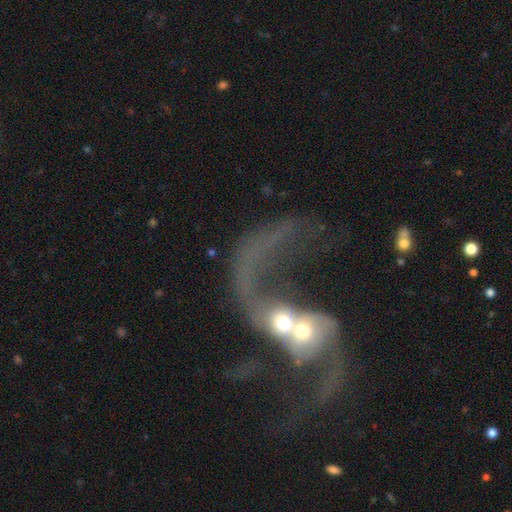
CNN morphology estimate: Q: Smooth or featured?
A: featured or disk (81%); runner-up: smooth (11%)
Q: Edge-on disk?
A: no (97%); runner-up: yes (3%)
Q: Bar?
A: no (58%); runner-up: weak (29%)
Q: Spiral arms?
A: yes (86%); runner-up: no (14%)
Q: Spiral winding?
A: loose (80%); runner-up: medium (16%)
Q: Spiral arm count?
A: 2 (69%); runner-up: 1 (19%)
Q: Bulge size?
A: moderate (45%); runner-up: small (39%)
Q: Merging?
A: merger (66%); runner-up: major disturbance (15%)